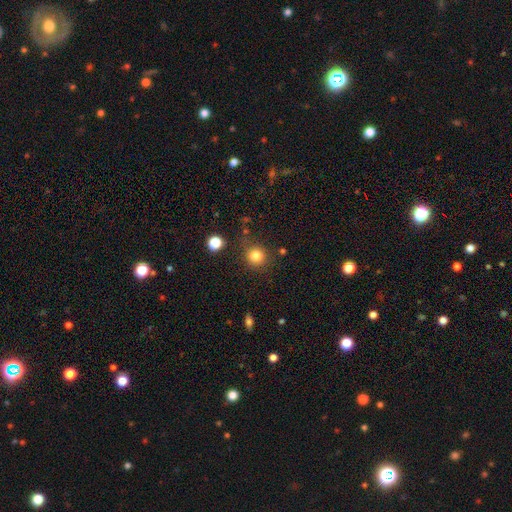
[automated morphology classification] Smooth or featured: smooth — 82% (star or artifact — 12%)
How rounded: round — 91% (in between — 8%)
Merging: none — 80% (minor disturbance — 11%)